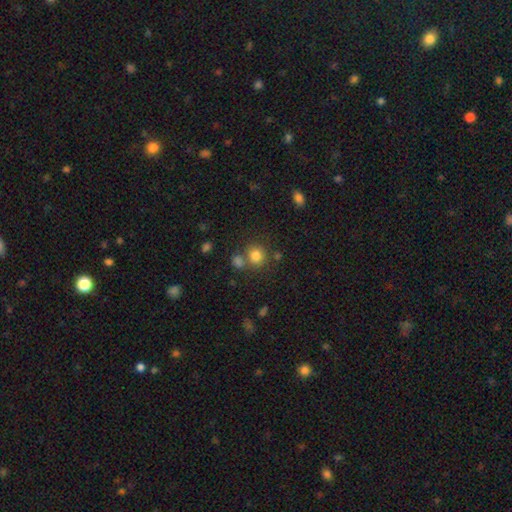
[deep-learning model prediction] Smooth or featured?
  - smooth: 80% *
  - star or artifact: 13%
  - featured or disk: 7%
How rounded?
  - round: 85% *
  - in between: 14%
  - cigar-shaped: 1%
Merging?
  - none: 67% *
  - merger: 20%
  - minor disturbance: 9%
  - major disturbance: 4%